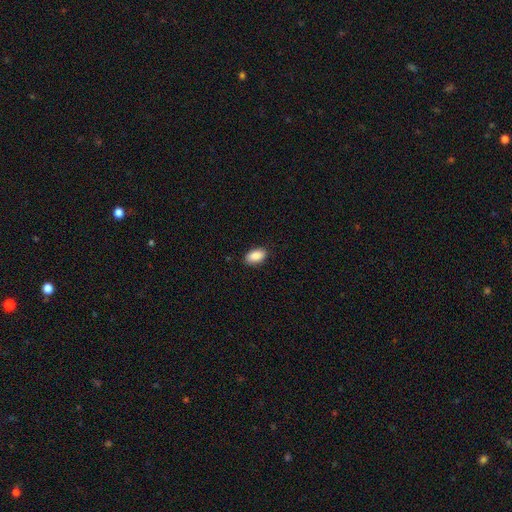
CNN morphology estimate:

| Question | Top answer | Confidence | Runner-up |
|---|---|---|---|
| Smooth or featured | smooth | 89% | star or artifact (7%) |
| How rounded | in between | 93% | round (5%) |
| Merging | none | 87% | minor disturbance (10%) |